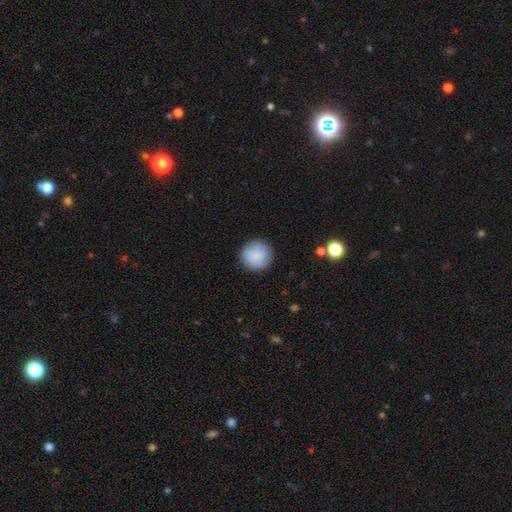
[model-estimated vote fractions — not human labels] A smooth galaxy with no disk features (88%) that is round (95%).

Vote fractions:
- Smooth or featured? smooth: 88% / star or artifact: 6% / featured or disk: 6%
- How rounded? round: 95% / in between: 4% / cigar-shaped: 1%
- Merging? none: 90% / minor disturbance: 7% / major disturbance: 2% / merger: 1%